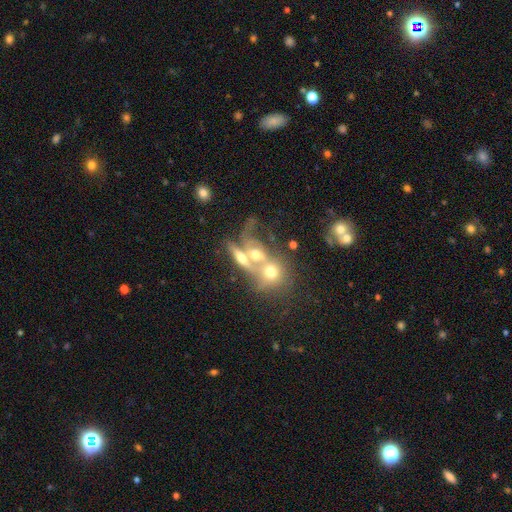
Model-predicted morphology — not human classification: This is possibly a featured or disk galaxy (52%). It is clearly not viewed edge-on (83%). Merging: likely merger (67%).